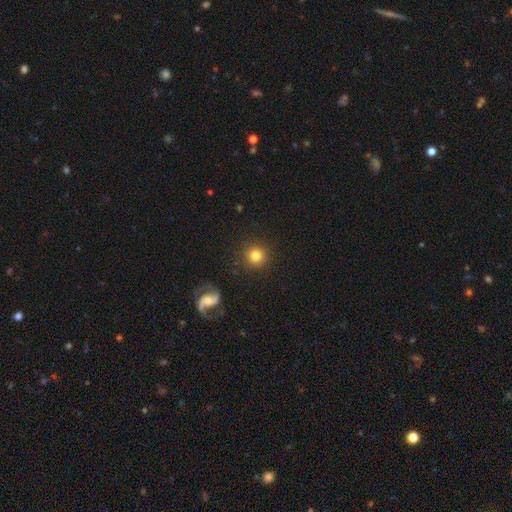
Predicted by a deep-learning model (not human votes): This is clearly a smooth galaxy (81%). How rounded: clearly round (94%). Merging: clearly none (89%).